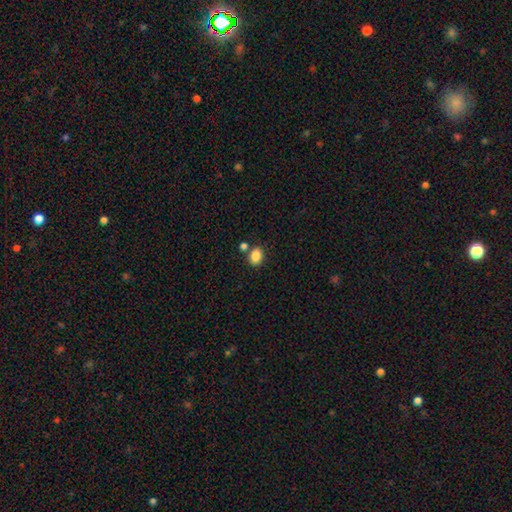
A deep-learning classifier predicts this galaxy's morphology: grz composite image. It shows a smooth galaxy with no disk features (86%) that is in between round and cigar-shaped (67%). Merging: none (70%).